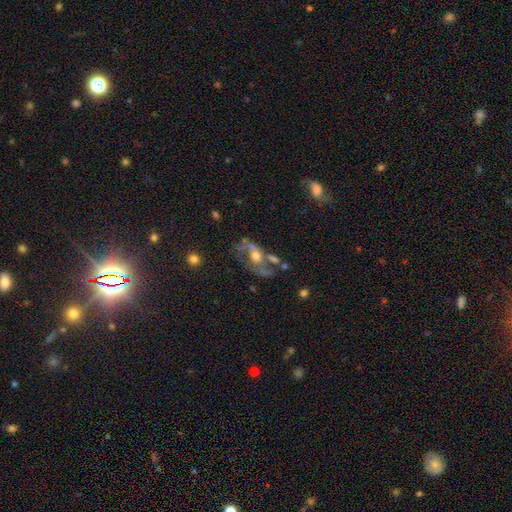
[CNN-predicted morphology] This appears to be a featured or disk galaxy (58%) with no bar (80%), no spiral arms (60%) and a moderate central bulge (60%). Merging: none (34%).